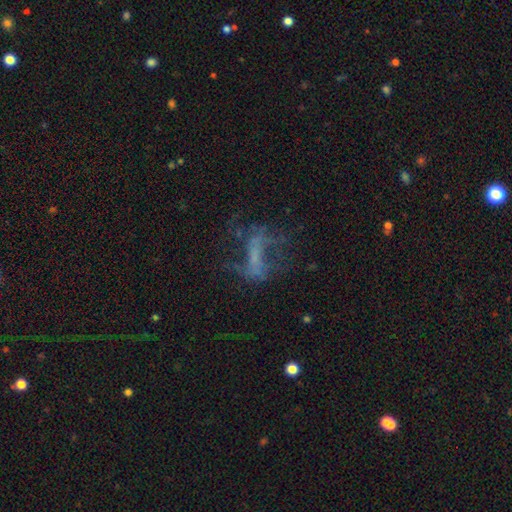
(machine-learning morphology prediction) A featured or disk galaxy (57%) with no bar (51%), no spiral arms (59%) and no central bulge (67%). Merging: none (44%).